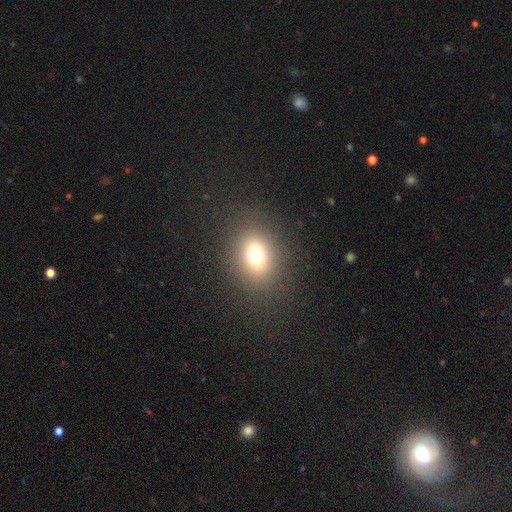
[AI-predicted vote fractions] The model was most divided on "how rounded": round: 52%, in between: 46%, cigar-shaped: 1%. More confident: merging — none (84%); smooth or featured — smooth (71%).